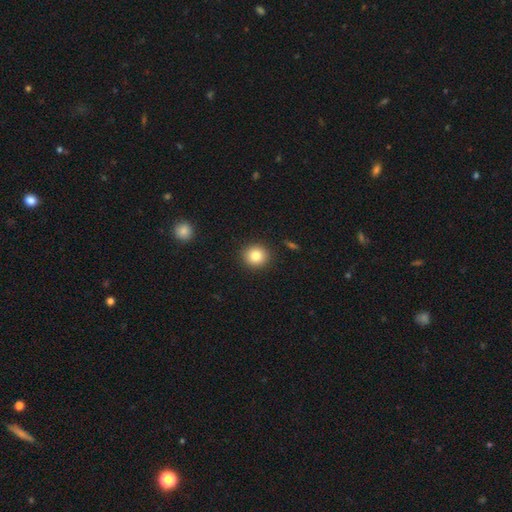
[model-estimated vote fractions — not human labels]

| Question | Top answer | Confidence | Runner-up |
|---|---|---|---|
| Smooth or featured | smooth | 83% | star or artifact (10%) |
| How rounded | round | 89% | in between (10%) |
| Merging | none | 91% | minor disturbance (6%) |